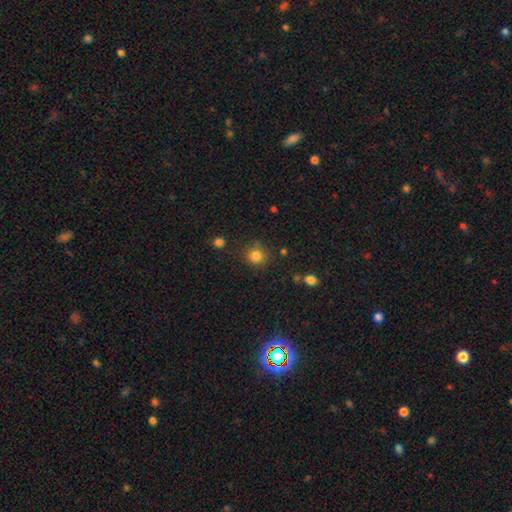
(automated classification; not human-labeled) This appears to be a smooth galaxy with no disk features (82%) that is round (90%). Merging: none (82%).